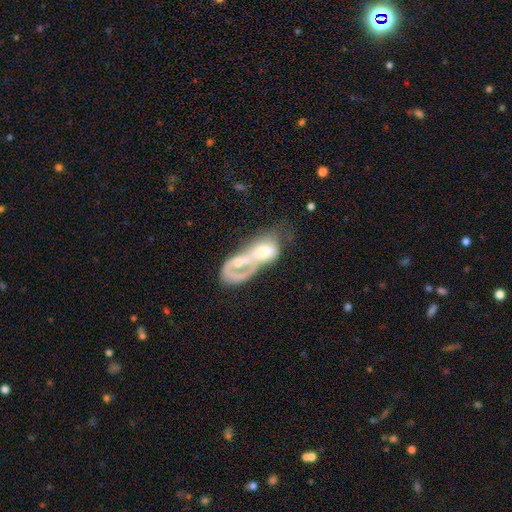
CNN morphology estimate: type=featured or disk (60%); edge-on=no (89%); bar=no (72%); spiral arms=no (57%); bulge=moderate (46%); merging=merger (63%).